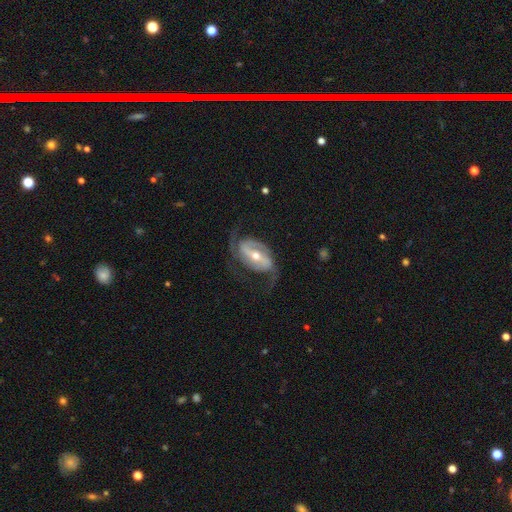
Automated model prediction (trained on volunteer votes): smooth-or-featured: featured or disk: 88% | smooth: 7% | star or artifact: 5%
  disk-edge-on: no: 96% | yes: 4%
    bar: strong: 55% | weak: 30% | no: 15%
    has-spiral-arms: yes: 95% | no: 5%
      spiral-winding: medium: 46% | loose: 32% | tight: 21%
      spiral-arm-count: 2: 82% | 1: 7% | can't tell: 5% | 3: 4% | 4: 1% | more than 4: 1%
    bulge-size: moderate: 55% | small: 41% | large: 3% | none: 1% | dominant: 1%
  merging: none: 61% | major disturbance: 21% | minor disturbance: 17% | merger: 2%